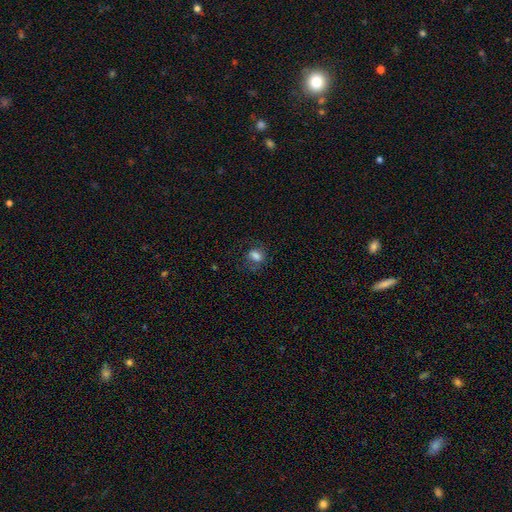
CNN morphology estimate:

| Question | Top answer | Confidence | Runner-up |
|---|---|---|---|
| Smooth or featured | smooth | 75% | star or artifact (13%) |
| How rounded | in between | 71% | round (26%) |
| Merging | none | 64% | minor disturbance (22%) |